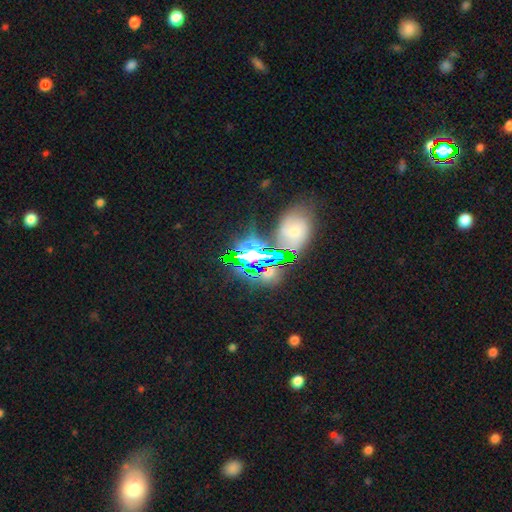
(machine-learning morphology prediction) star or artifact 64%, smooth 23%, featured or disk 14%.